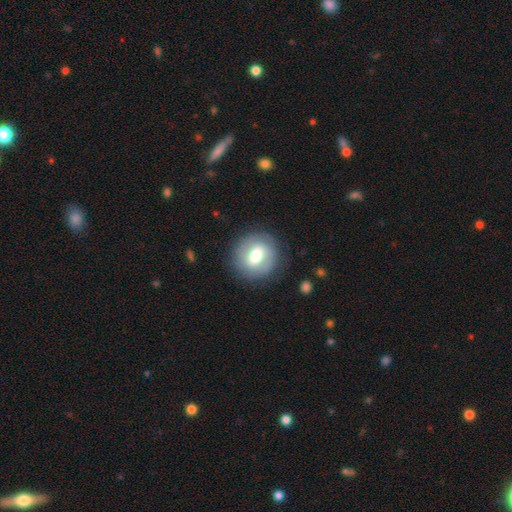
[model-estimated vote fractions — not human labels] Q: Smooth or featured?
A: smooth (49%); runner-up: featured or disk (44%)
Q: Merging?
A: none (83%); runner-up: minor disturbance (11%)